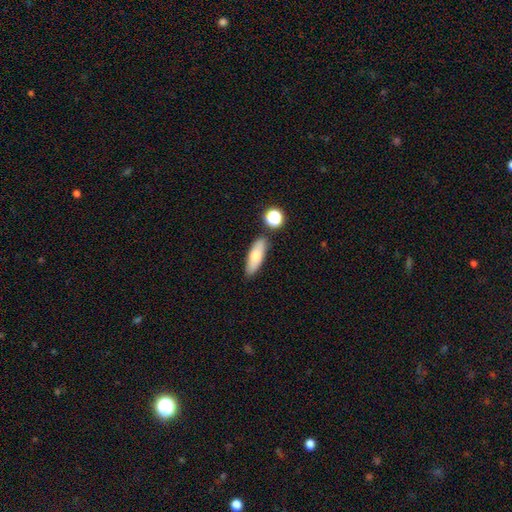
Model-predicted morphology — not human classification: A smooth galaxy with no disk features (71%) that is in between round and cigar-shaped (60%). Merging: none (81%).